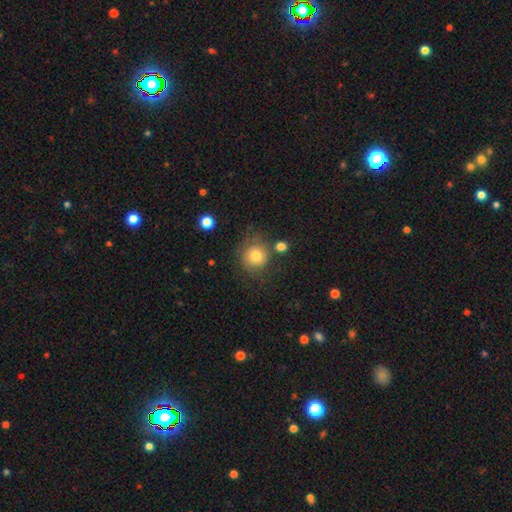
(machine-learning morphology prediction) smooth 79%, featured or disk 11%, star or artifact 10%. Down the decision tree: how rounded — round (87%); merging — none (67%).